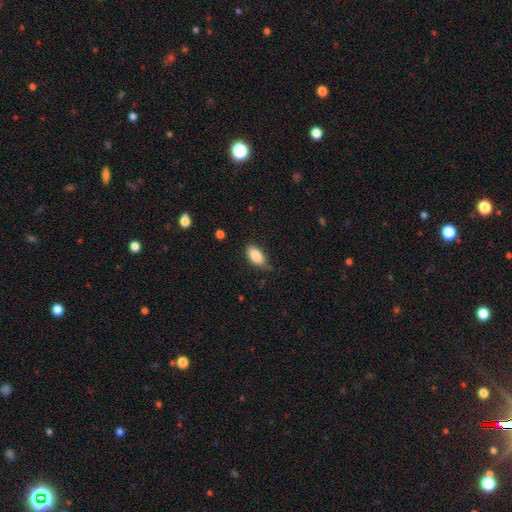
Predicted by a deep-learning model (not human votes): Smooth or featured? smooth (87%)
How rounded? in between (91%)
Merging? none (63%)